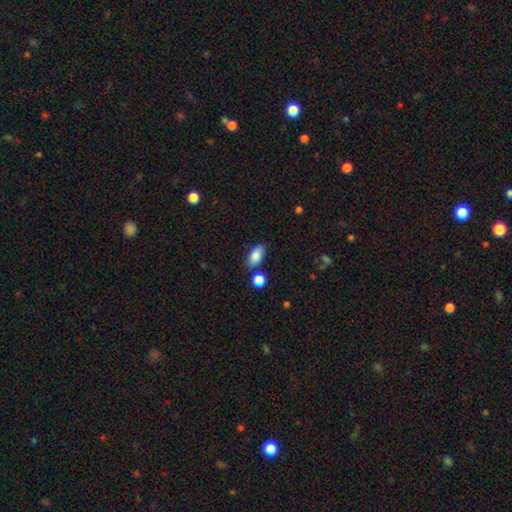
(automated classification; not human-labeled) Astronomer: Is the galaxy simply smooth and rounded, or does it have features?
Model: smooth — 86%.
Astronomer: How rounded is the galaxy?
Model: in between — 91%.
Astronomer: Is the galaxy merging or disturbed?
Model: none — 77%.